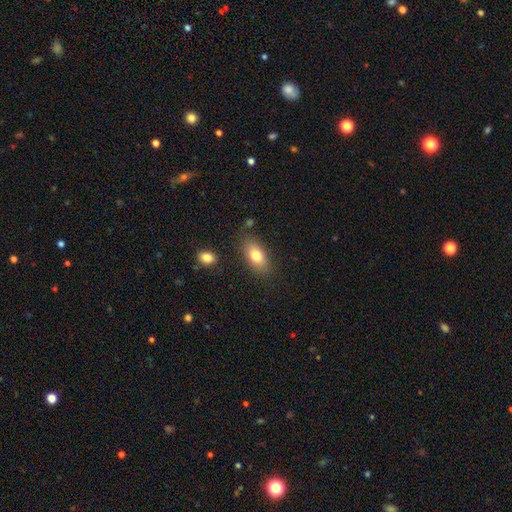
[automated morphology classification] A smooth galaxy with no disk features (78%) that is in between round and cigar-shaped (87%).

Vote fractions:
- Smooth or featured? smooth: 78% / featured or disk: 14% / star or artifact: 8%
- How rounded? in between: 87% / round: 8% / cigar-shaped: 5%
- Merging? none: 81% / minor disturbance: 13% / major disturbance: 4% / merger: 3%